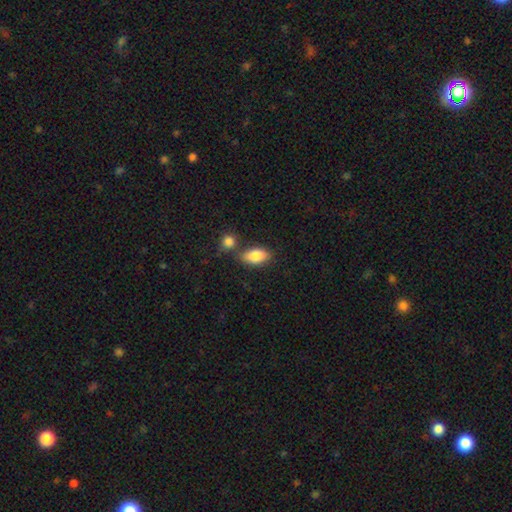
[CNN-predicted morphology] Smooth or featured: smooth — 84% (featured or disk — 9%)
How rounded: in between — 90% (round — 6%)
Merging: none — 61% (merger — 22%)